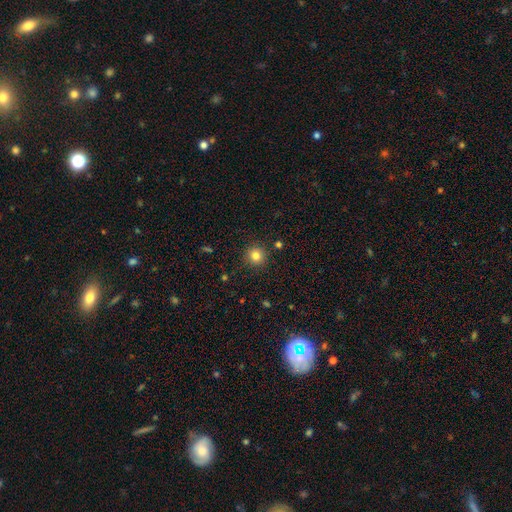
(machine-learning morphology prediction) The model was most divided on "smooth or featured": smooth: 82%, star or artifact: 12%, featured or disk: 6%. More confident: how rounded — round (94%); merging — none (89%).